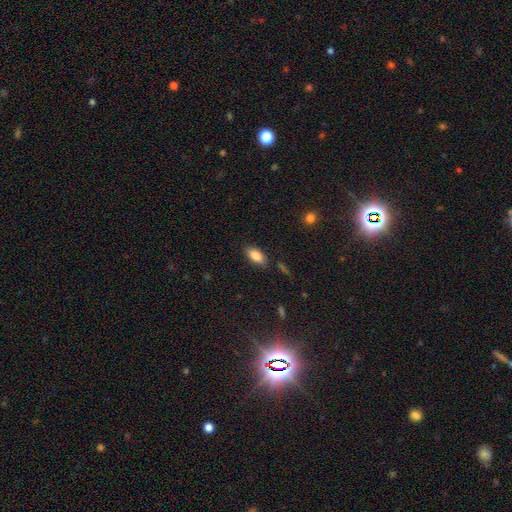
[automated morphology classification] This appears to be a smooth galaxy with no disk features (84%) that is in between round and cigar-shaped (90%). Merging: none (85%).